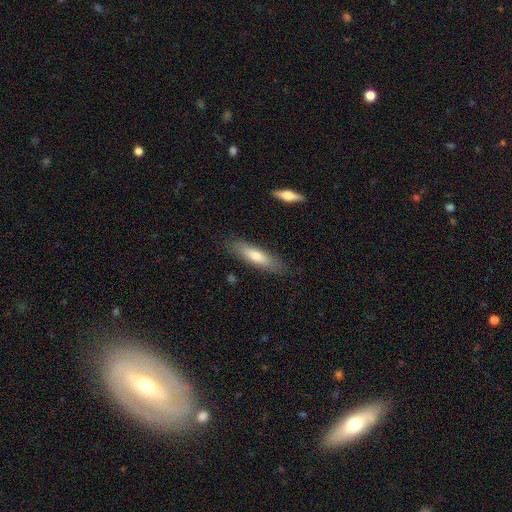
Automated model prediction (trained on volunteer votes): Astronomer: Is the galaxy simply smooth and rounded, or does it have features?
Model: smooth — 67%.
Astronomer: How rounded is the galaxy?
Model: cigar-shaped — 74%.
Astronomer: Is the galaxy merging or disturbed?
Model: none — 84%.